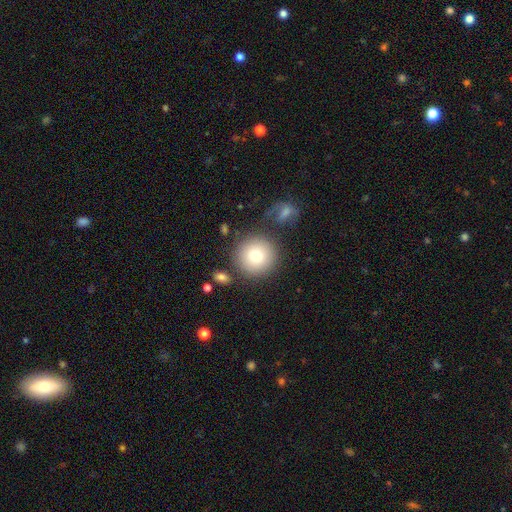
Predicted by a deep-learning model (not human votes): A smooth galaxy with no disk features (78%) that is round (95%).

Vote fractions:
- Smooth or featured? smooth: 78% / featured or disk: 12% / star or artifact: 10%
- How rounded? round: 95% / in between: 4% / cigar-shaped: 1%
- Merging? none: 81% / minor disturbance: 9% / merger: 7% / major disturbance: 4%